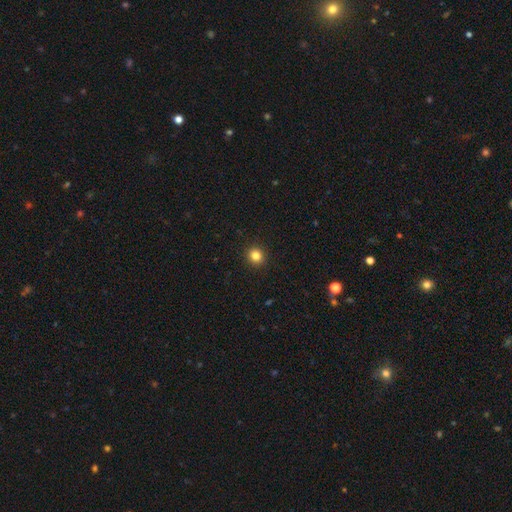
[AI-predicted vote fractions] Smooth or featured? smooth (83%)
How rounded? round (91%)
Merging? none (93%)